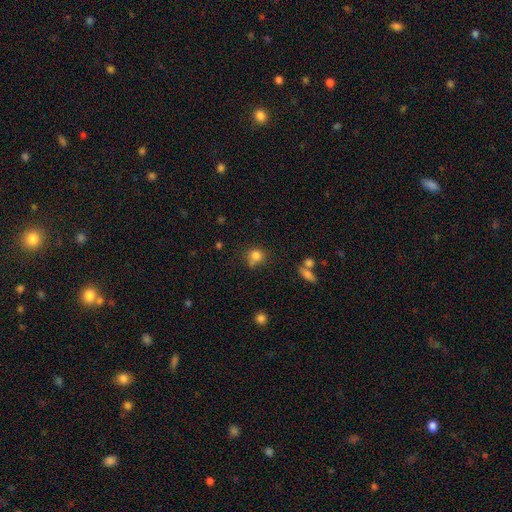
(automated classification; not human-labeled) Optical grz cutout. It shows a smooth galaxy with no disk features (80%) that is round (77%). Merging: none (55%).